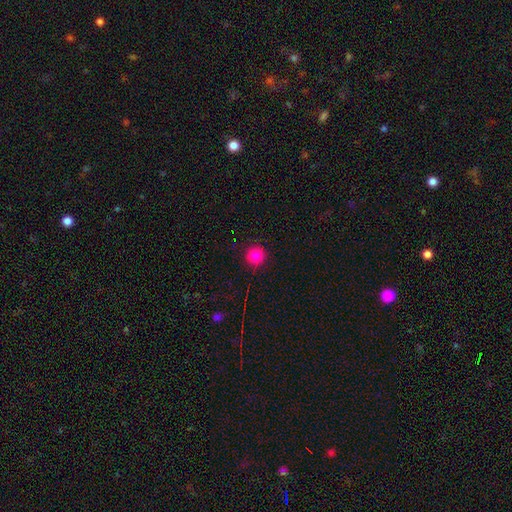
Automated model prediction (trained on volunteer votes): smooth 85%, star or artifact 12%, featured or disk 3%. Down the decision tree: how rounded — round (93%); merging — none (90%).